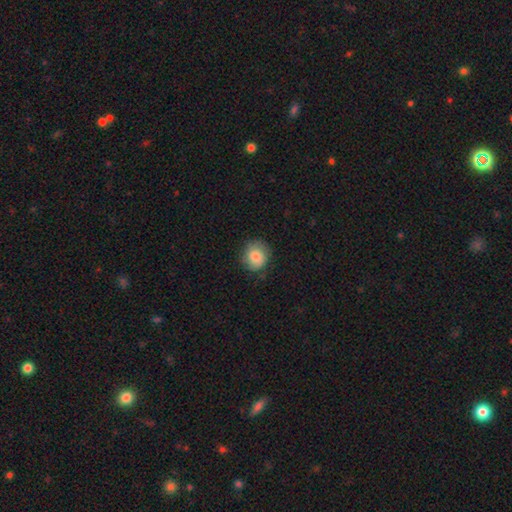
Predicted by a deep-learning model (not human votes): Smooth or featured: smooth — 82% (featured or disk — 11%)
How rounded: round — 80% (in between — 19%)
Merging: none — 77% (minor disturbance — 18%)